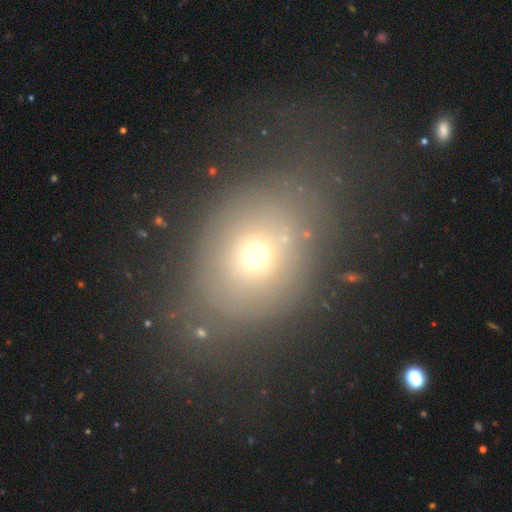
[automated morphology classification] Smooth or featured: smooth — 64% (featured or disk — 19%)
How rounded: in between — 52% (round — 47%)
Merging: none — 56% (major disturbance — 21%)